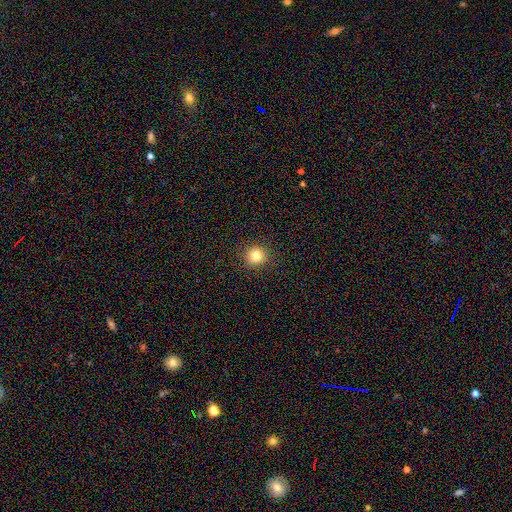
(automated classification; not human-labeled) Smooth or featured?
  - smooth: 81% *
  - star or artifact: 13%
  - featured or disk: 6%
How rounded?
  - round: 94% *
  - in between: 5%
  - cigar-shaped: 1%
Merging?
  - none: 92% *
  - minor disturbance: 5%
  - major disturbance: 2%
  - merger: 1%